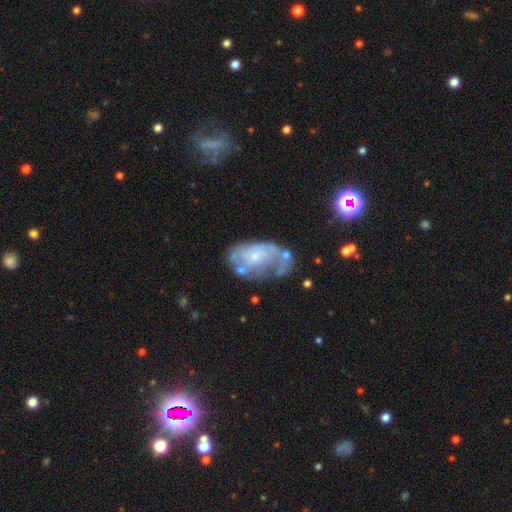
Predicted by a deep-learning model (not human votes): smooth-or-featured: featured or disk: 64% | smooth: 28% | star or artifact: 8%
  disk-edge-on: no: 96% | yes: 4%
    bar: no: 78% | weak: 18% | strong: 3%
    has-spiral-arms: no: 50% (tied) | yes: 50% (tied)
    bulge-size: small: 62% | moderate: 21% | none: 14% | large: 3% | dominant: 1%
  merging: none: 33% | major disturbance: 29% | minor disturbance: 25% | merger: 13%